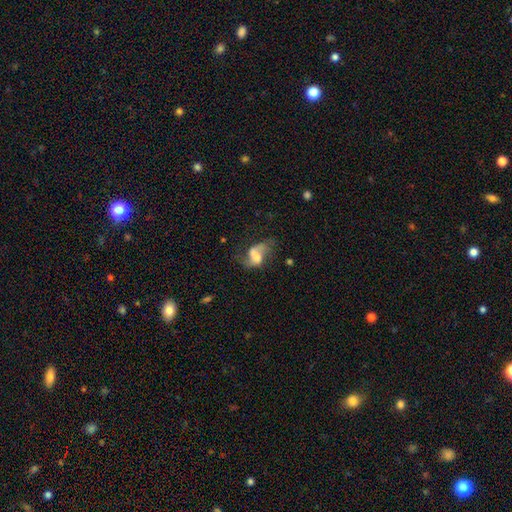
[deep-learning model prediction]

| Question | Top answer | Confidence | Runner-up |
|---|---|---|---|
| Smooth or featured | featured or disk | 58% | smooth (33%) |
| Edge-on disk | no | 97% | yes (3%) |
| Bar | no | 41% | weak (39%) |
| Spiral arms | yes | 70% | no (30%) |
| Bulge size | none | 29% | moderate (28%) |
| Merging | none | 34% | major disturbance (32%) |